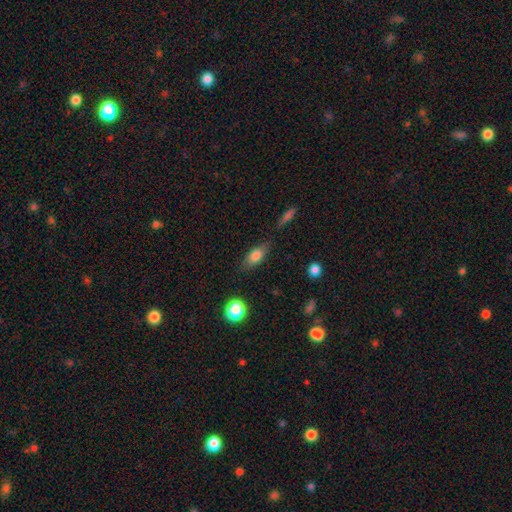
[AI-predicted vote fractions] Smooth or featured?
  - smooth: 75% *
  - featured or disk: 16%
  - star or artifact: 9%
How rounded?
  - in between: 75% *
  - cigar-shaped: 18%
  - round: 7%
Merging?
  - none: 73% *
  - minor disturbance: 18%
  - major disturbance: 5%
  - merger: 4%